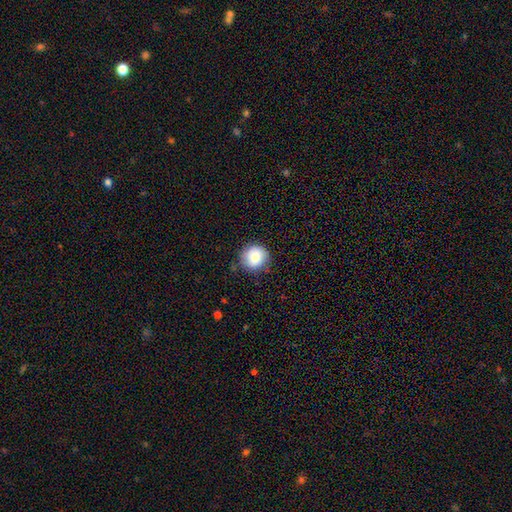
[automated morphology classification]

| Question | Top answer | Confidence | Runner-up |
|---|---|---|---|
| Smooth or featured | smooth | 83% | star or artifact (8%) |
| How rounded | round | 90% | in between (9%) |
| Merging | none | 81% | minor disturbance (14%) |